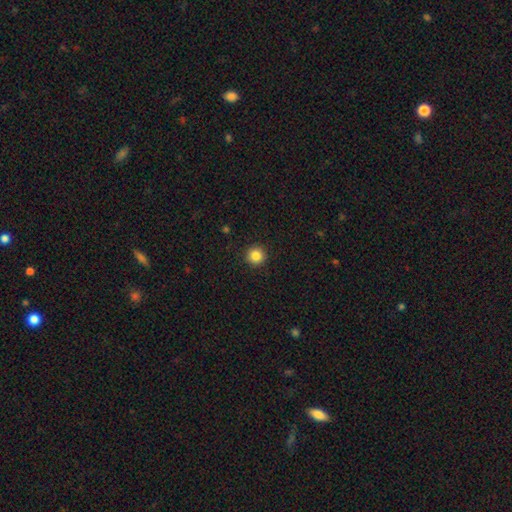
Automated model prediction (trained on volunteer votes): Smooth or featured? smooth (85%)
How rounded? round (96%)
Merging? none (93%)